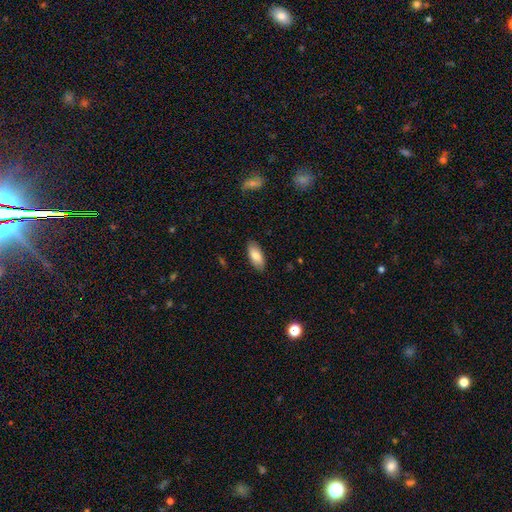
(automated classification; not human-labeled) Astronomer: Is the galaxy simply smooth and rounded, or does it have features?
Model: smooth — 82%.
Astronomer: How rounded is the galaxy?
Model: in between — 88%.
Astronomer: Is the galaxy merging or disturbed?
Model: none — 87%.